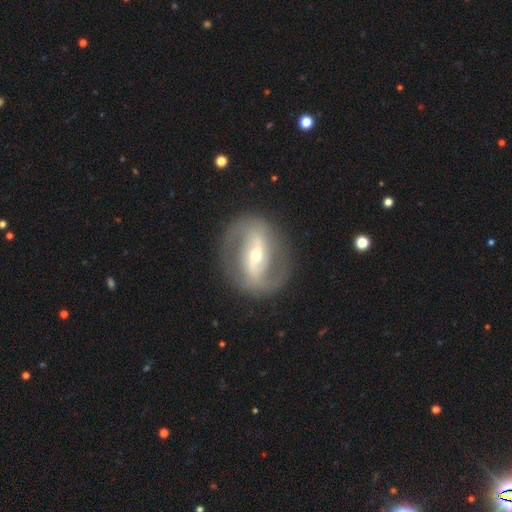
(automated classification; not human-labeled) Morphology: type=featured or disk (79%); edge-on=no (94%); bar=strong (50%); spiral arms=yes (67%); bulge=small (55%); merging=none (82%).